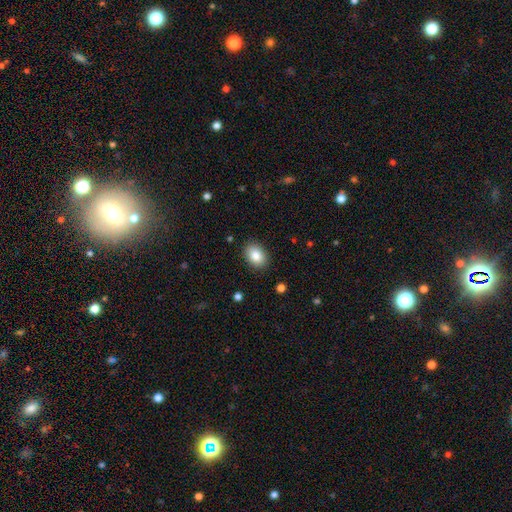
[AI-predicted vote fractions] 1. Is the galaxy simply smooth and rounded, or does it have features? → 86% smooth, 8% star or artifact, 6% featured or disk.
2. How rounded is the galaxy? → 79% in between, 20% round, 1% cigar-shaped.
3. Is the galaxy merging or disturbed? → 89% none, 8% minor disturbance, 2% major disturbance, 1% merger.